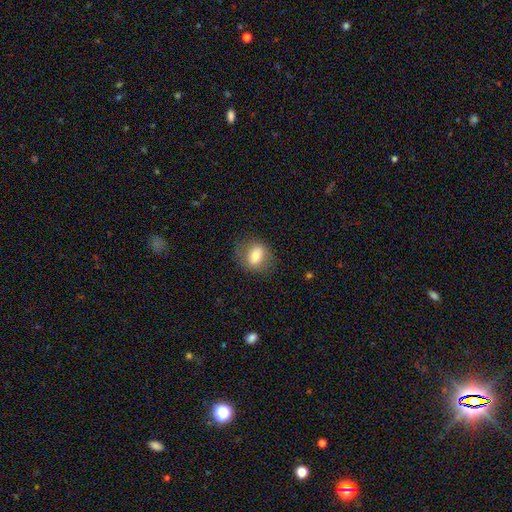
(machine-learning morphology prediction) Smooth or featured?
  - smooth: 67% *
  - featured or disk: 24%
  - star or artifact: 9%
How rounded?
  - in between: 52% *
  - round: 46%
  - cigar-shaped: 2%
Merging?
  - none: 74% *
  - minor disturbance: 17%
  - major disturbance: 8%
  - merger: 1%